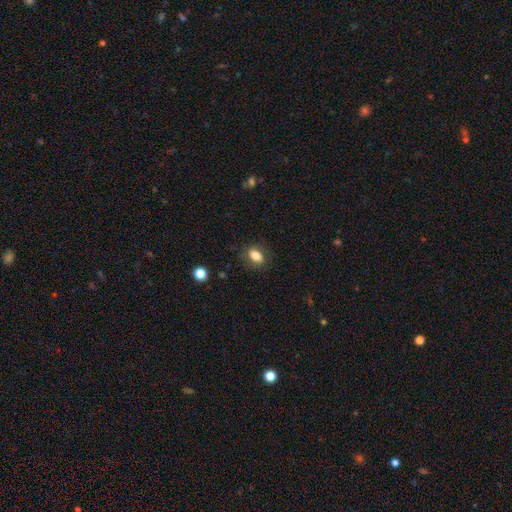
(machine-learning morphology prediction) This is clearly a smooth galaxy (80%). How rounded: clearly in between (81%). Merging: clearly none (81%).